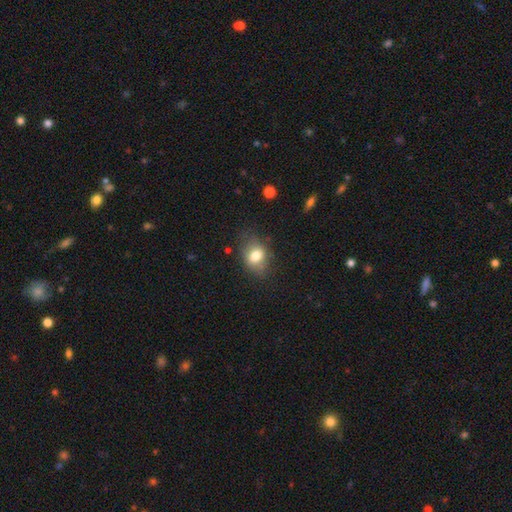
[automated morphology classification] Smooth or featured? Predicted: smooth (p=0.76). How rounded? Predicted: in between (p=0.64). Merging? Predicted: none (p=0.66).